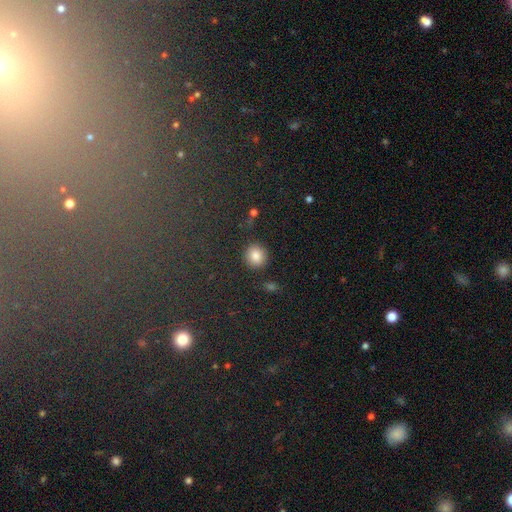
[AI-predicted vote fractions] Smooth or featured? Predicted: smooth (p=0.84). How rounded? Predicted: round (p=0.89). Merging? Predicted: none (p=0.87).